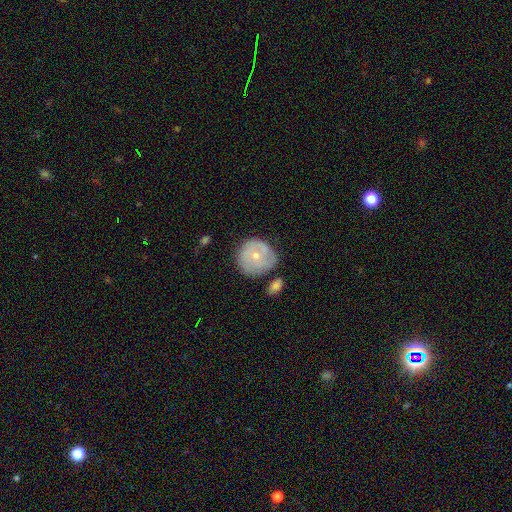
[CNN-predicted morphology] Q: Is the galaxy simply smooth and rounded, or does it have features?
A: smooth — 53%.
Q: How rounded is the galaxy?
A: round — 90%.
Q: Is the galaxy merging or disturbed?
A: none — 59%.